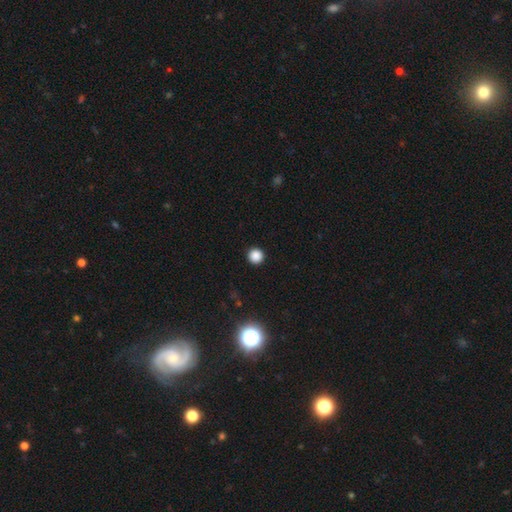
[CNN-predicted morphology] The model was most divided on "smooth or featured": smooth: 85%, star or artifact: 12%, featured or disk: 3%. More confident: how rounded — round (96%); merging — none (93%).